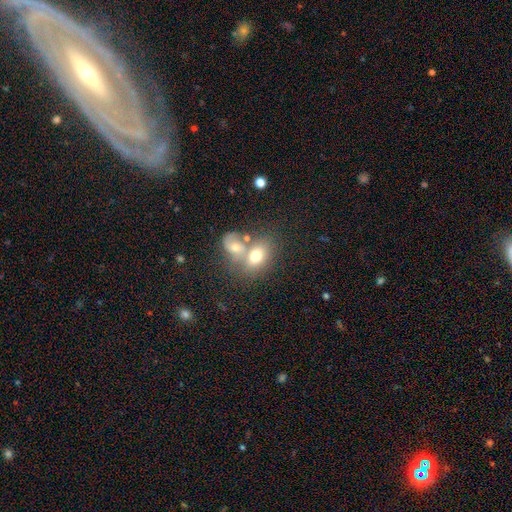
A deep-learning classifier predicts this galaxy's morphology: smooth_or_featured: smooth (p=0.67) [alt: featured or disk p=0.23]
how_rounded: in between (p=0.71) [alt: round p=0.28]
merging: merger (p=0.52) [alt: none p=0.32]